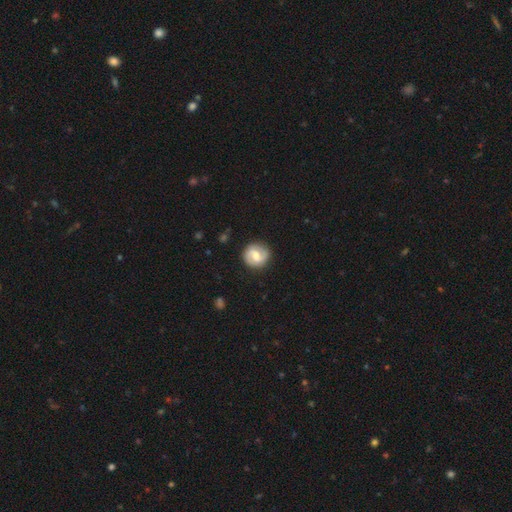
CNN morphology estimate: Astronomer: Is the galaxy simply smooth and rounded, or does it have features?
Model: featured or disk — 63%.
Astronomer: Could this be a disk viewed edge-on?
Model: no — 98%.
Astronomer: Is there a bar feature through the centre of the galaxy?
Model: weak — 55%.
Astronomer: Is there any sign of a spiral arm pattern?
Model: yes — 88%.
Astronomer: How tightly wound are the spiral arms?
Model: medium — 45% (runner-up: loose, 28%).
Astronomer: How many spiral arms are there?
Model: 2 — 88%.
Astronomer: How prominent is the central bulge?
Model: moderate — 62%.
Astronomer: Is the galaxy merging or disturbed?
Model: none — 85%.